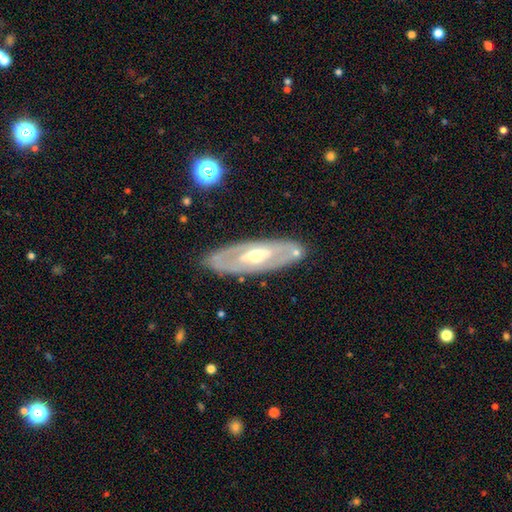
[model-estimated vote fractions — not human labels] Q: Smooth or featured?
A: featured or disk (72%); runner-up: smooth (23%)
Q: Edge-on disk?
A: no (78%); runner-up: yes (22%)
Q: Bar?
A: no (43%); runner-up: weak (33%)
Q: Spiral arms?
A: no (66%); runner-up: yes (34%)
Q: Bulge size?
A: moderate (71%); runner-up: small (19%)
Q: Merging?
A: none (81%); runner-up: minor disturbance (12%)